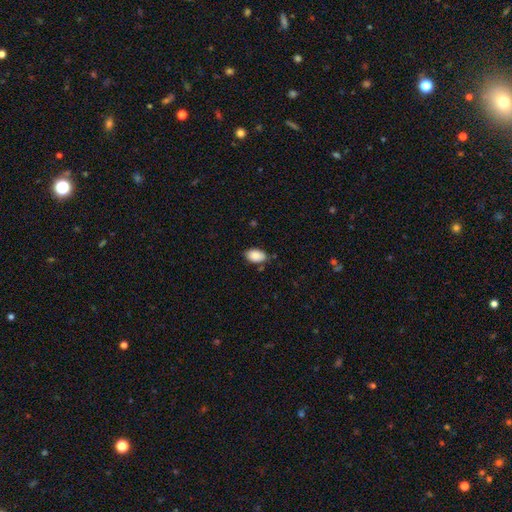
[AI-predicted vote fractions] Q: Smooth or featured?
A: smooth (88%); runner-up: star or artifact (7%)
Q: How rounded?
A: in between (92%); runner-up: round (7%)
Q: Merging?
A: none (78%); runner-up: minor disturbance (16%)